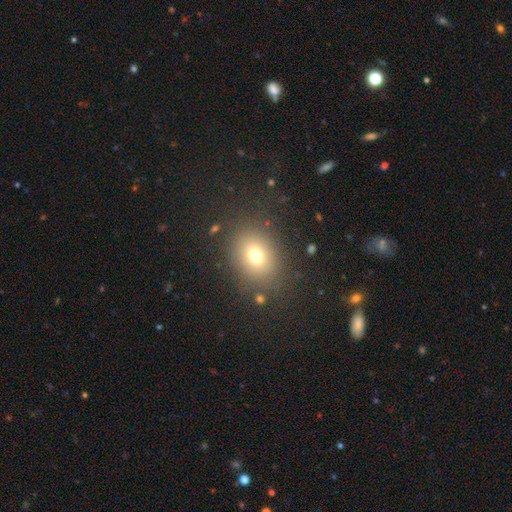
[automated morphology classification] Smooth or featured? Predicted: smooth (p=0.72). How rounded? Predicted: round (p=0.53). Merging? Predicted: none (p=0.84).